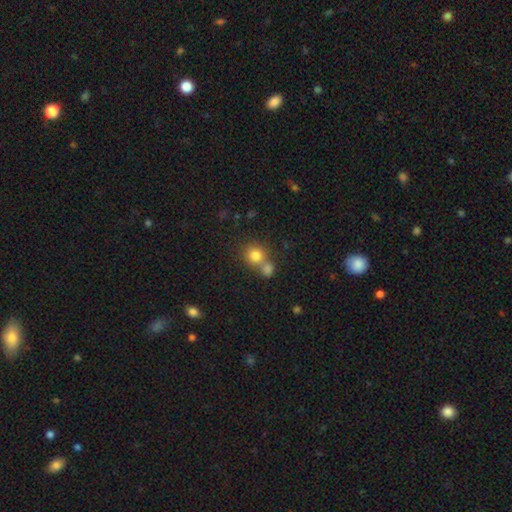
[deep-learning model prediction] A smooth galaxy with no disk features (81%) that is round (86%).

Vote fractions:
- Smooth or featured? smooth: 81% / star or artifact: 11% / featured or disk: 8%
- How rounded? round: 86% / in between: 13% / cigar-shaped: 1%
- Merging? none: 48% / merger: 42% / minor disturbance: 7% / major disturbance: 3%